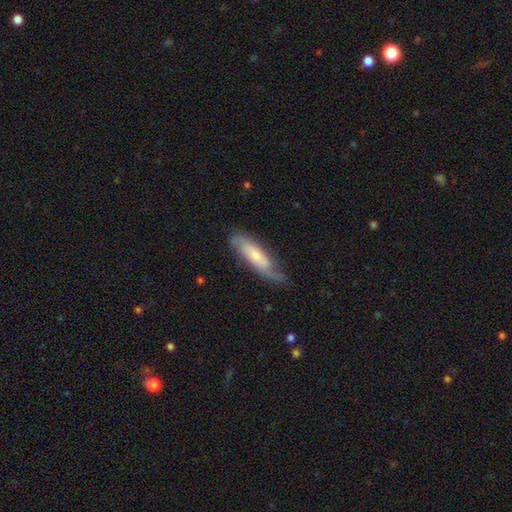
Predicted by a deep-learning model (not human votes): smooth-or-featured: featured or disk: 54% | smooth: 40% | star or artifact: 6%
  disk-edge-on: no: 71% | yes: 29%
  merging: none: 68% | minor disturbance: 23% | major disturbance: 8% | merger: 2%